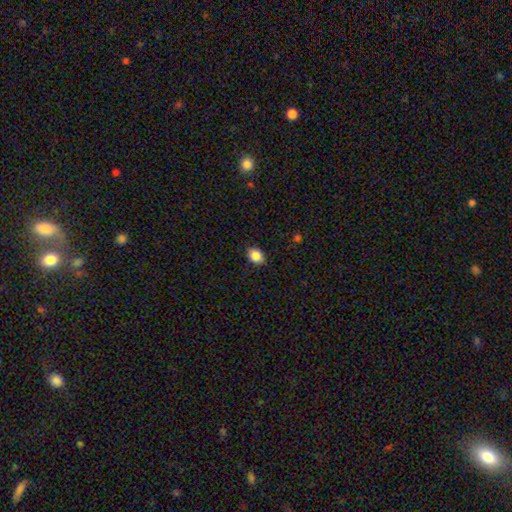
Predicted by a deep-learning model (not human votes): Smooth or featured? smooth (86%)
How rounded? in between (67%)
Merging? none (88%)